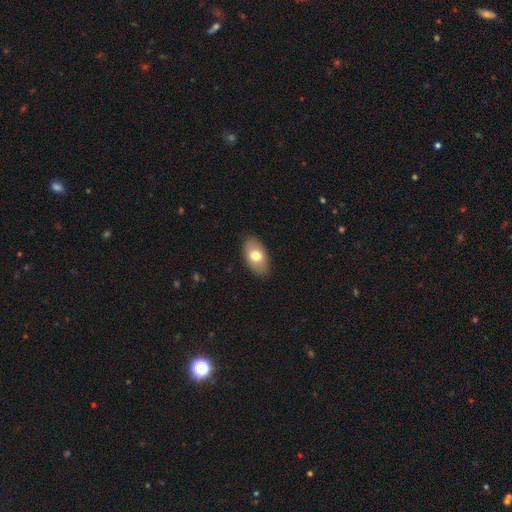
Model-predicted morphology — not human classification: Smooth or featured? Predicted: smooth (p=0.71). How rounded? Predicted: in between (p=0.92). Merging? Predicted: none (p=0.86).